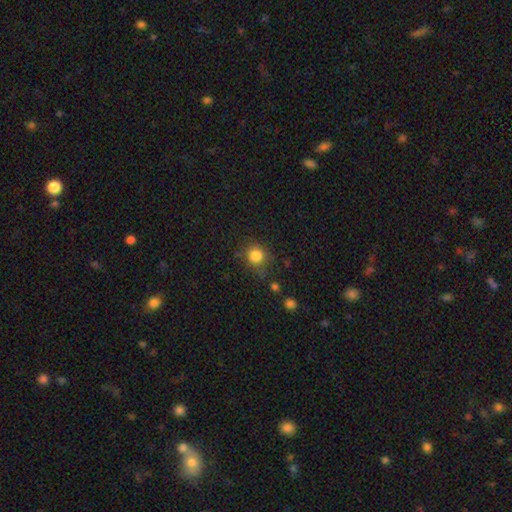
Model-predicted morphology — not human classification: type=smooth (83%); roundness=round (86%); merging=none (74%).